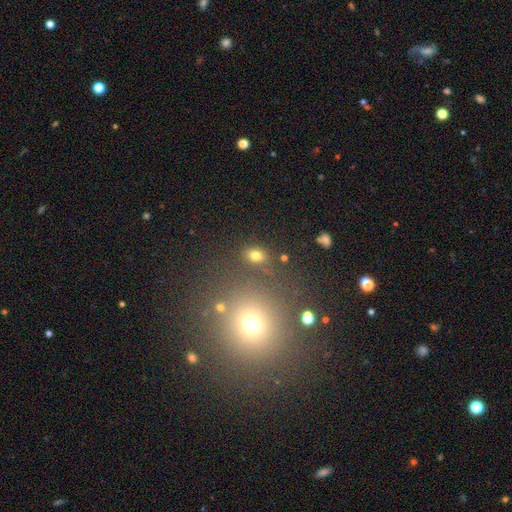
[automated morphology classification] Smooth or featured: smooth — 74% (star or artifact — 18%)
How rounded: in between — 64% (round — 34%)
Merging: none — 76% (minor disturbance — 12%)